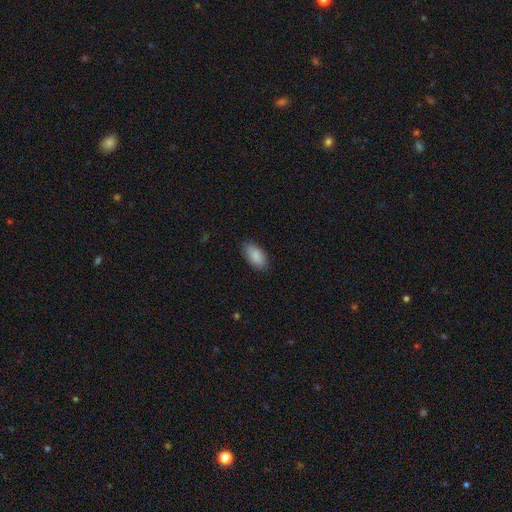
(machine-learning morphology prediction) smooth-or-featured: smooth: 88% | star or artifact: 6% | featured or disk: 6%
  how-rounded: in between: 94% | cigar-shaped: 4% | round: 3%
  merging: none: 85% | minor disturbance: 12% | major disturbance: 3% | merger: 1%